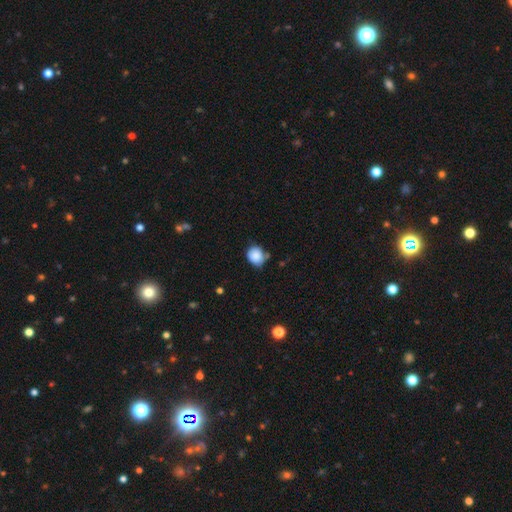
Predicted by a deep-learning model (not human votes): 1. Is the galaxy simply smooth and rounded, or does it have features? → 86% smooth, 8% star or artifact, 5% featured or disk.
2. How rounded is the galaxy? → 71% round, 28% in between, 1% cigar-shaped.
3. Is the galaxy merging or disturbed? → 65% none, 24% minor disturbance, 6% merger, 5% major disturbance.